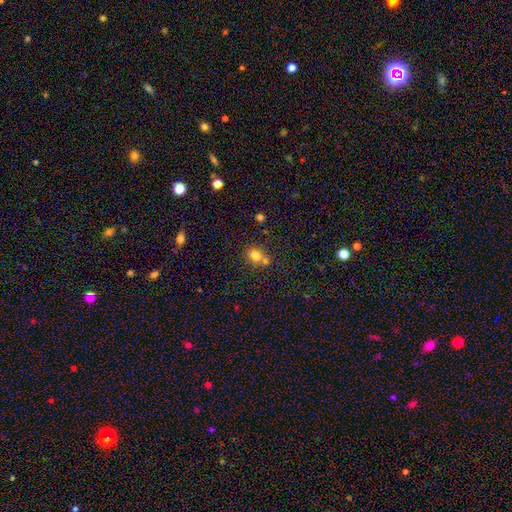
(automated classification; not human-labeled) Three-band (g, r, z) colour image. It shows a smooth galaxy with no disk features (78%) that is round (63%). Merging: none (52%).